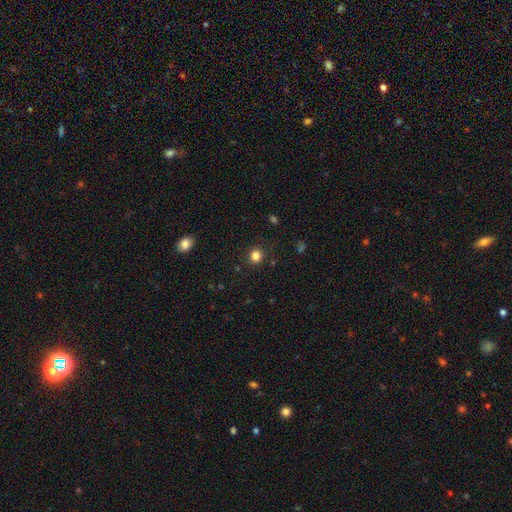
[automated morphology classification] smooth_or_featured: smooth (p=0.83) [alt: star or artifact p=0.13]
how_rounded: round (p=0.85) [alt: in between p=0.14]
merging: none (p=0.89) [alt: minor disturbance p=0.07]